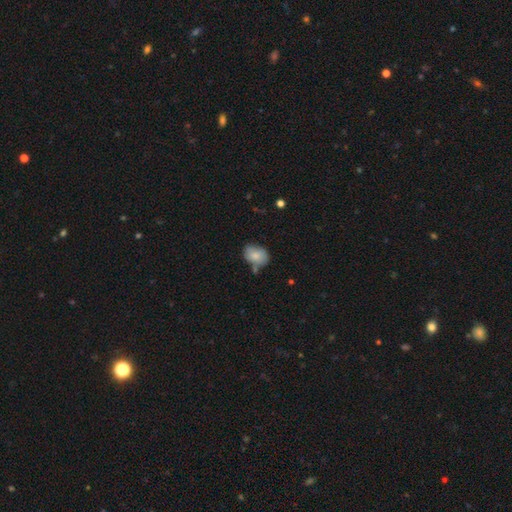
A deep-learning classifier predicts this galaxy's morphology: smooth_or_featured: smooth (p=0.81) [alt: featured or disk p=0.12]
how_rounded: in between (p=0.70) [alt: round p=0.29]
merging: none (p=0.57) [alt: minor disturbance p=0.26]